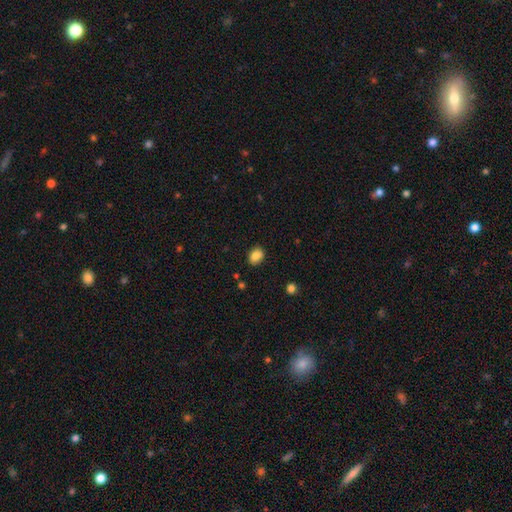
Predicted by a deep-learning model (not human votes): A smooth galaxy with no disk features (85%) that is in between round and cigar-shaped (71%). Merging: none (85%).